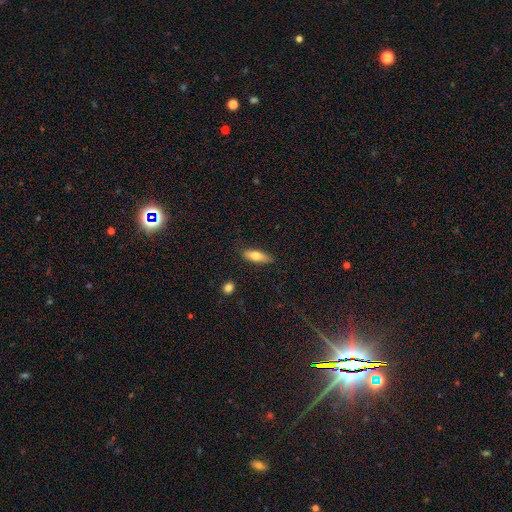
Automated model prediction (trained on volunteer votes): smooth 73%, featured or disk 21%, star or artifact 6%. Down the decision tree: how rounded — in between (54%); merging — none (82%).